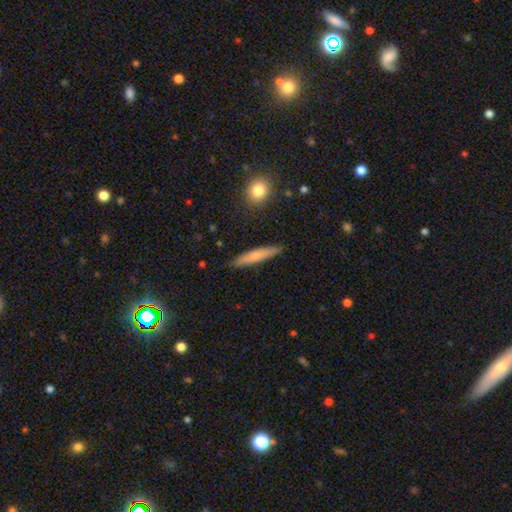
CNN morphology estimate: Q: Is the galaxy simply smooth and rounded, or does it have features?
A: smooth — 68%.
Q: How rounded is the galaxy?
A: cigar-shaped — 90%.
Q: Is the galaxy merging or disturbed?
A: none — 88%.